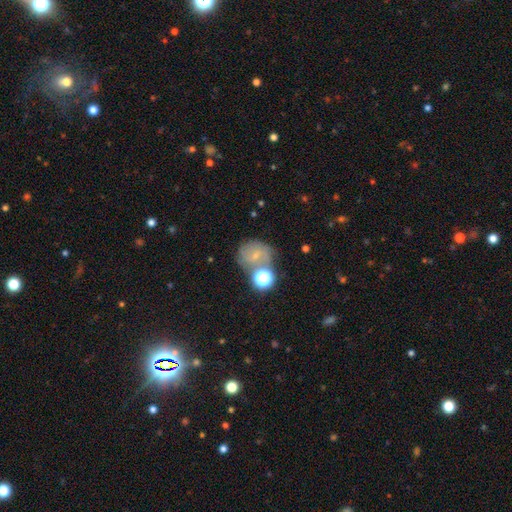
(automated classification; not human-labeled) Q: Smooth or featured?
A: smooth (43%); runner-up: featured or disk (33%)
Q: Merging?
A: none (54%); runner-up: merger (20%)